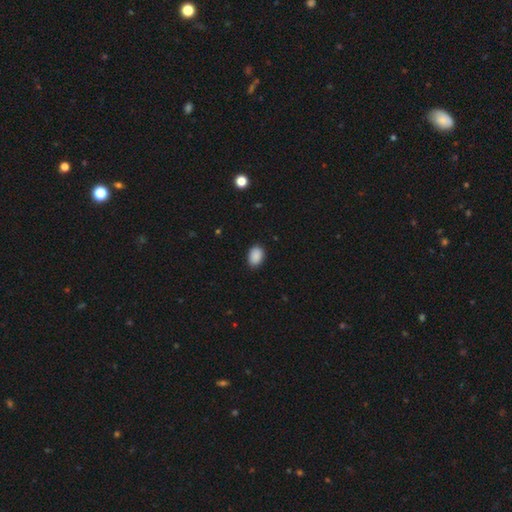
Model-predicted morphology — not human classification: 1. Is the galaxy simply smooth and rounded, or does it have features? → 89% smooth, 8% star or artifact, 3% featured or disk.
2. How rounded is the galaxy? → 83% in between, 16% round, 1% cigar-shaped.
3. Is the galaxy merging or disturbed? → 85% none, 12% minor disturbance, 2% major disturbance, 1% merger.